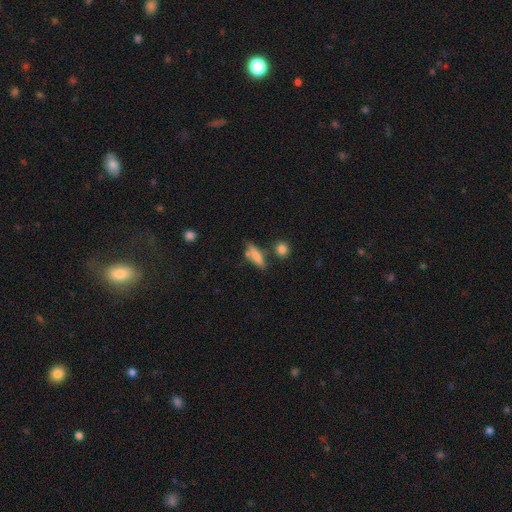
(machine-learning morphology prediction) This is likely a smooth galaxy (71%). How rounded: possibly cigar-shaped (59%). Merging: possibly none (58%).